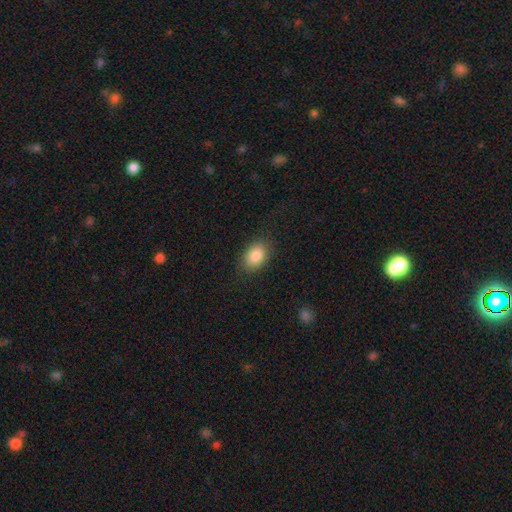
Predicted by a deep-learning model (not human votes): This appears to be a smooth galaxy with no disk features (85%) that is in between round and cigar-shaped (83%). Merging: none (85%).